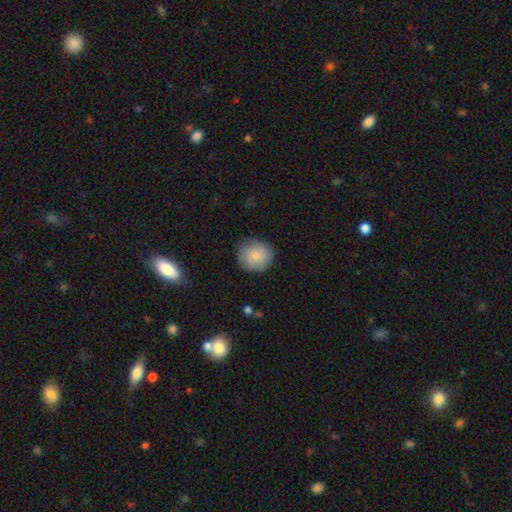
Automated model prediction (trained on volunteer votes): smooth-or-featured: smooth: 86% | featured or disk: 8% | star or artifact: 6%
  how-rounded: round: 89% | in between: 10% | cigar-shaped: 1%
  merging: none: 85% | minor disturbance: 11% | major disturbance: 3% | merger: 1%